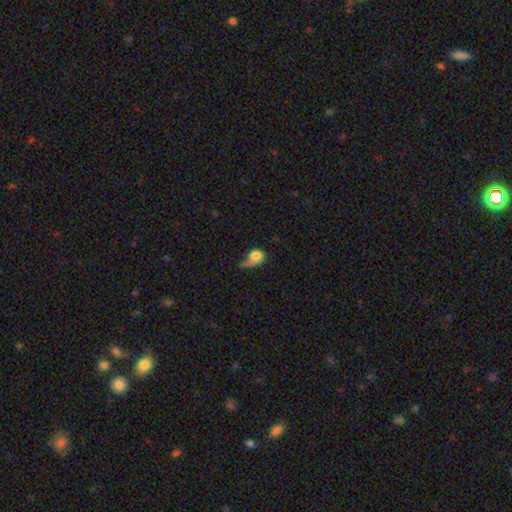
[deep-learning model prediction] smooth_or_featured: smooth (p=0.67) [alt: featured or disk p=0.23]
how_rounded: in between (p=0.70) [alt: round p=0.26]
merging: major disturbance (p=0.44) [alt: minor disturbance p=0.23]